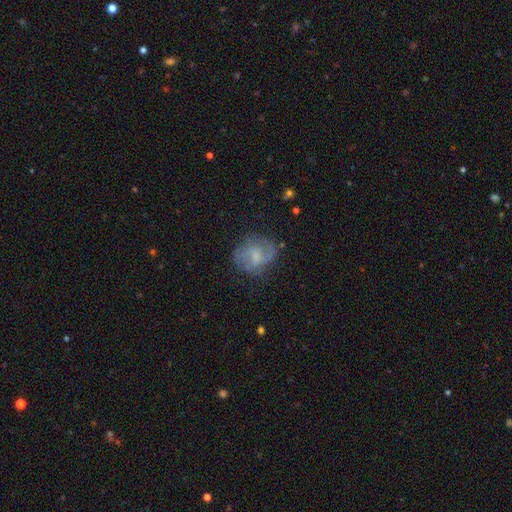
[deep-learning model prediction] smooth-or-featured: featured or disk: 57% | smooth: 35% | star or artifact: 9%
  disk-edge-on: no: 97% | yes: 3%
    bar: no: 46% | weak: 45% | strong: 9%
    has-spiral-arms: yes: 76% | no: 24%
    bulge-size: small: 41% | moderate: 31% | none: 24% | large: 4% | dominant: 1%
  merging: none: 63% | minor disturbance: 22% | major disturbance: 13% | merger: 2%